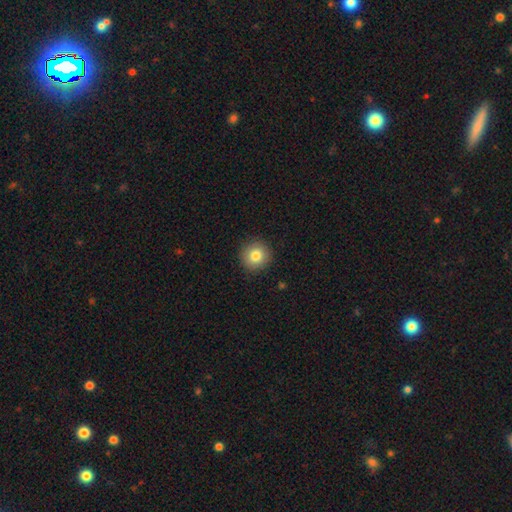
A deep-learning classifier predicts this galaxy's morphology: A smooth galaxy with no disk features (81%) that is round (93%). Merging: none (91%).